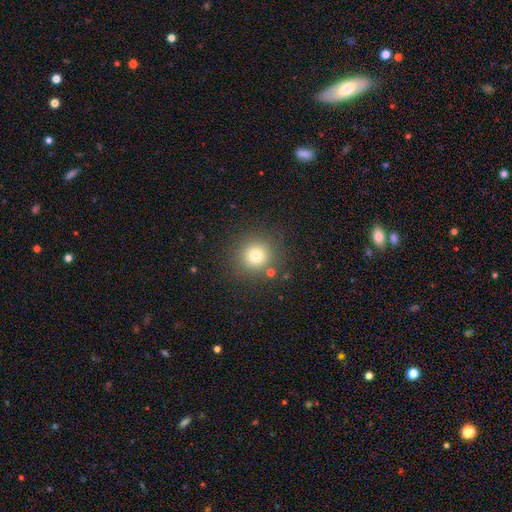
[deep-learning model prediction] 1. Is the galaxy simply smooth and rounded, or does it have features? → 74% smooth, 17% star or artifact, 9% featured or disk.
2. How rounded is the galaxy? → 93% round, 6% in between, 1% cigar-shaped.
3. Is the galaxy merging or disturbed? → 85% none, 8% minor disturbance, 4% merger, 3% major disturbance.